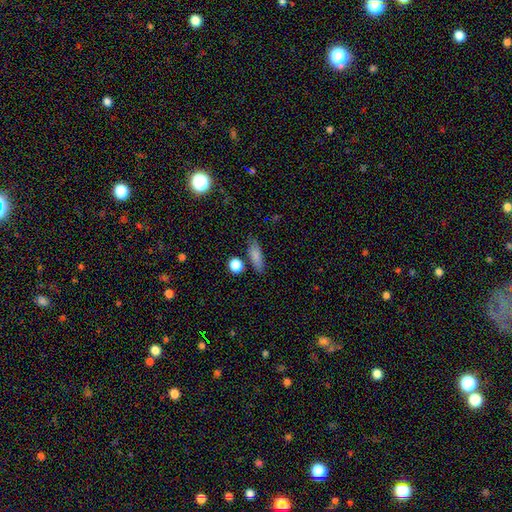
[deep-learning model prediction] smooth_or_featured: smooth (p=0.82) [alt: featured or disk p=0.09]
how_rounded: in between (p=0.60) [alt: cigar-shaped p=0.33]
merging: none (p=0.77) [alt: minor disturbance p=0.14]